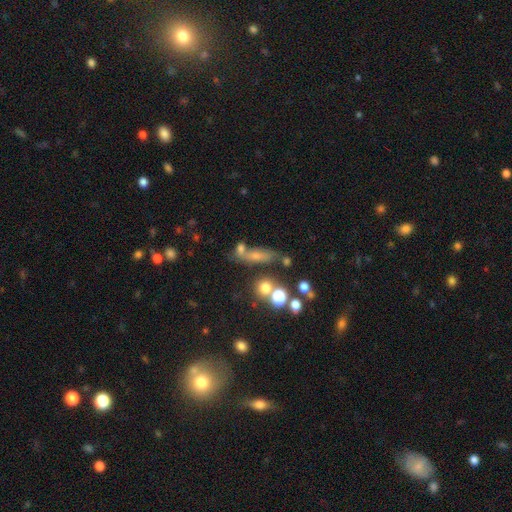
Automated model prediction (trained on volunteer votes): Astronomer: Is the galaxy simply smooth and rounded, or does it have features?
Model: smooth — 57%.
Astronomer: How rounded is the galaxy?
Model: cigar-shaped — 48% (runner-up: in between, 37%).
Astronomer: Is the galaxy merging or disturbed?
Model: none — 54%.